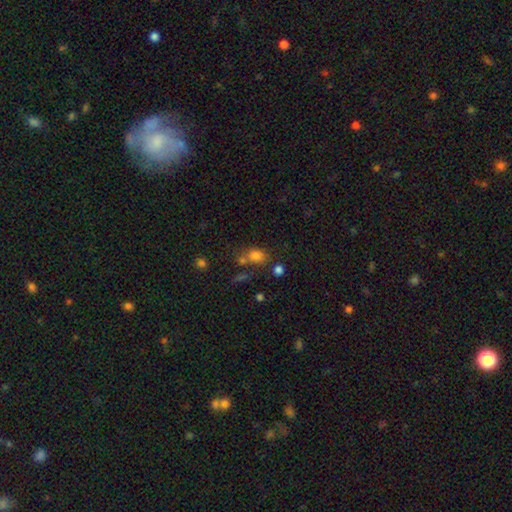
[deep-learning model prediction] Smooth or featured? smooth (77%)
How rounded? in between (54%)
Merging? none (52%)